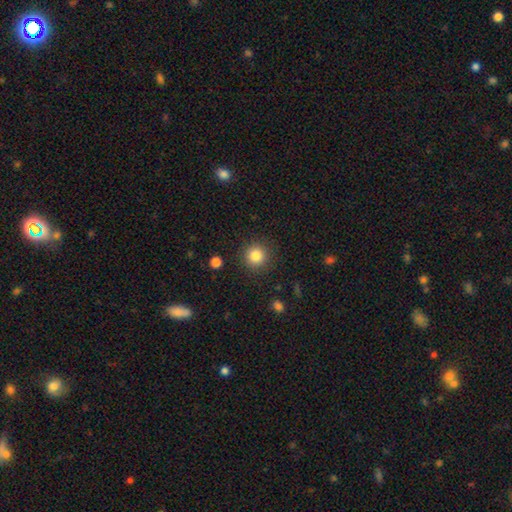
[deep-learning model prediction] Smooth or featured?
  - smooth: 84% *
  - star or artifact: 11%
  - featured or disk: 6%
How rounded?
  - round: 94% *
  - in between: 5%
  - cigar-shaped: 1%
Merging?
  - none: 90% *
  - minor disturbance: 6%
  - major disturbance: 3%
  - merger: 1%